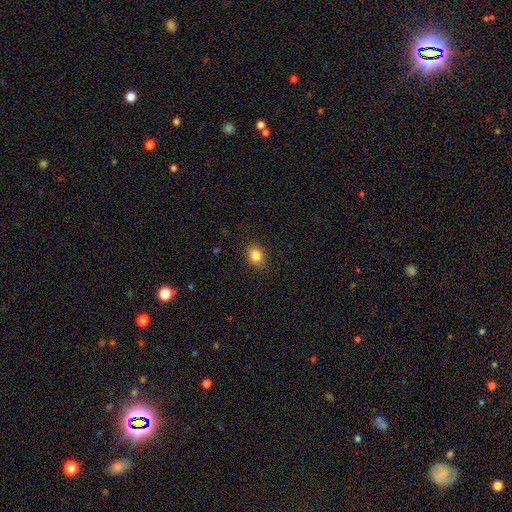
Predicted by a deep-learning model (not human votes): smooth_or_featured: smooth (p=0.84) [alt: star or artifact p=0.10]
how_rounded: in between (p=0.50) [alt: round p=0.49]
merging: none (p=0.87) [alt: minor disturbance p=0.09]